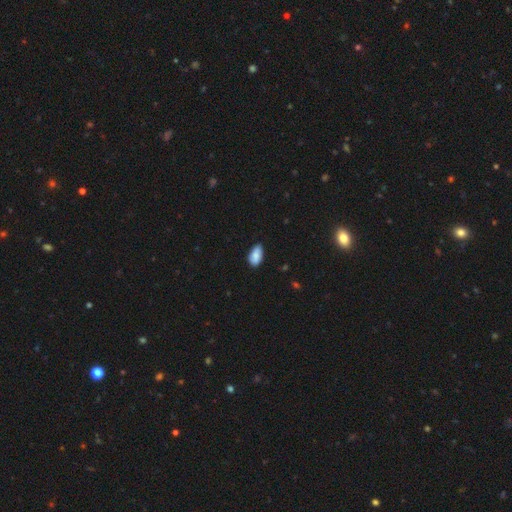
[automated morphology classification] This appears to be a smooth galaxy with no disk features (86%) that is in between round and cigar-shaped (94%). Merging: none (76%).